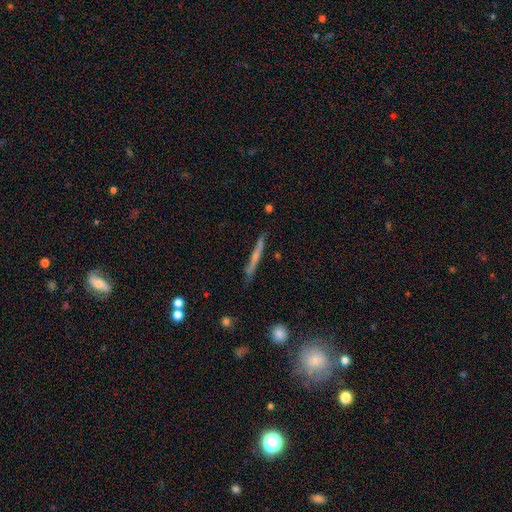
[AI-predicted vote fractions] Morphology: type=featured or disk (55%); edge-on=yes (95%); edge-on bulge=none (68%); merging=none (86%).